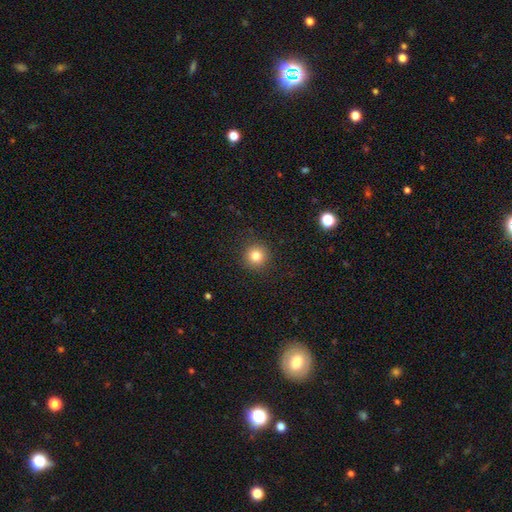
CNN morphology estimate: smooth-or-featured: smooth: 81% | star or artifact: 13% | featured or disk: 7%
  how-rounded: round: 94% | in between: 5% | cigar-shaped: 1%
  merging: none: 91% | minor disturbance: 5% | major disturbance: 2% | merger: 1%